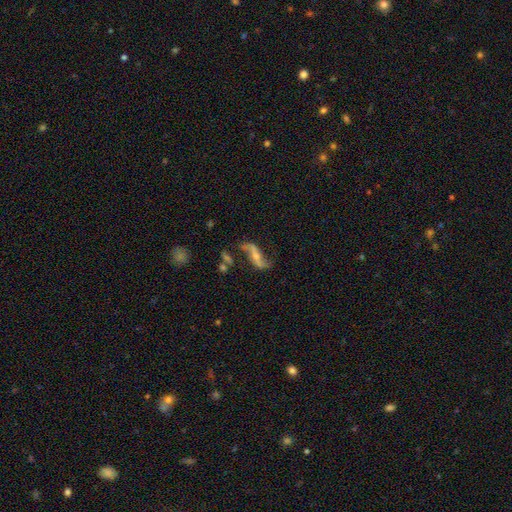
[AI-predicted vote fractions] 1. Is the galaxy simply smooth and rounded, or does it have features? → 82% featured or disk, 11% smooth, 7% star or artifact.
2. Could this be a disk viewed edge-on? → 89% no, 11% yes.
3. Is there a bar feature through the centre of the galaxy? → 36% strong, 34% no, 30% weak.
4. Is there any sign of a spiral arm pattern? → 92% yes, 8% no.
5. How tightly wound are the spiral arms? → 87% loose, 10% medium, 3% tight.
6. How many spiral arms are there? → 91% 2, 3% 1, 3% can't tell, 1% 3, 1% 4, 1% more than 4.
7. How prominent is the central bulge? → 48% small, 38% moderate, 10% none, 3% large, 2% dominant.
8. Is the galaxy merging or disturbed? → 64% none, 18% minor disturbance, 12% major disturbance, 6% merger.